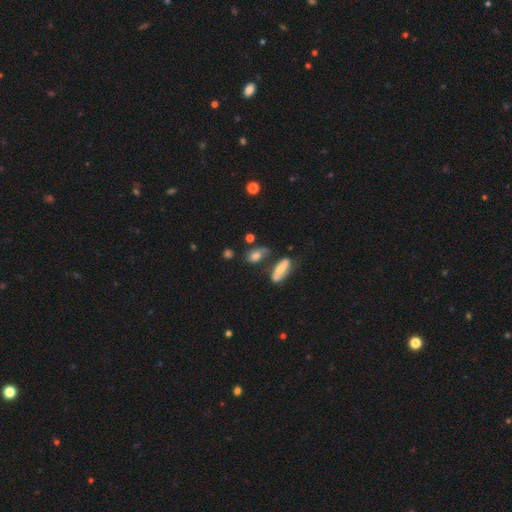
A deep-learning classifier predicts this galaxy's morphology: A smooth galaxy with no disk features (69%) that is in between round and cigar-shaped (71%). Merging: none (47%).